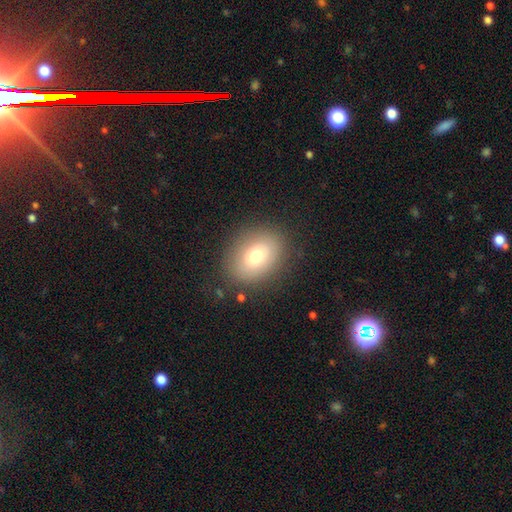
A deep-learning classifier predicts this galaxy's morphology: This is likely a smooth galaxy (73%). How rounded: likely in between (67%). Merging: clearly none (84%).